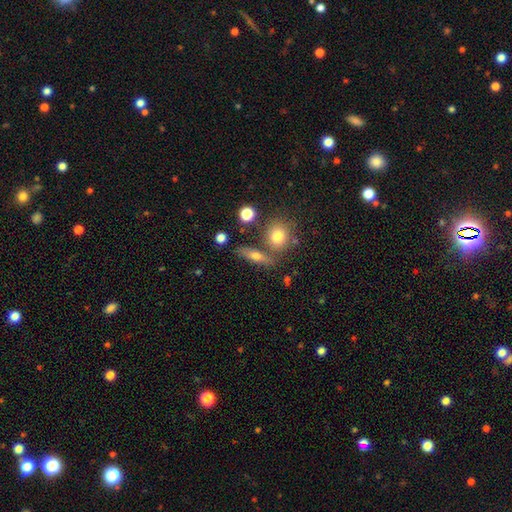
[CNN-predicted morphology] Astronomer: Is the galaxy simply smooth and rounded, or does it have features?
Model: smooth — 60%.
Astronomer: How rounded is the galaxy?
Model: cigar-shaped — 47% (runner-up: in between, 39%).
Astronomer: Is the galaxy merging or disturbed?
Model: none — 70%.